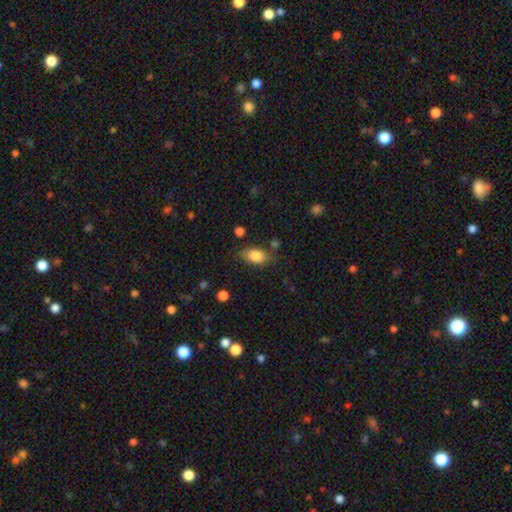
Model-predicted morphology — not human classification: The model was most divided on "merging": none: 72%, minor disturbance: 19%, major disturbance: 5%, merger: 3%. More confident: how rounded — in between (86%); smooth or featured — smooth (82%).